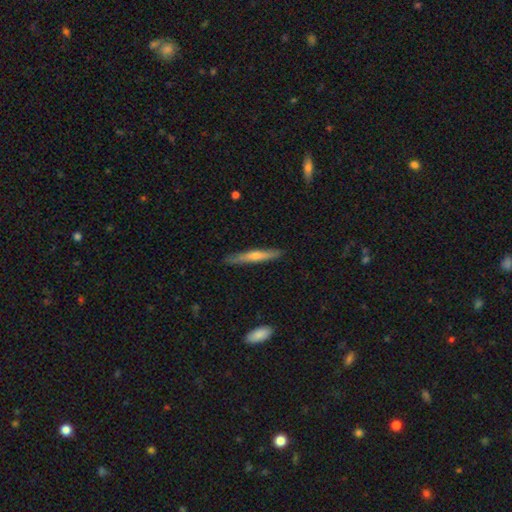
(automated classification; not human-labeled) Smooth or featured?
  - featured or disk: 58% *
  - smooth: 36%
  - star or artifact: 7%
Edge-on disk?
  - yes: 96% *
  - no: 4%
Edge-on bulge?
  - rounded: 75% *
  - none: 20%
  - boxy: 4%
Merging?
  - none: 87% *
  - minor disturbance: 10%
  - major disturbance: 2%
  - merger: 1%